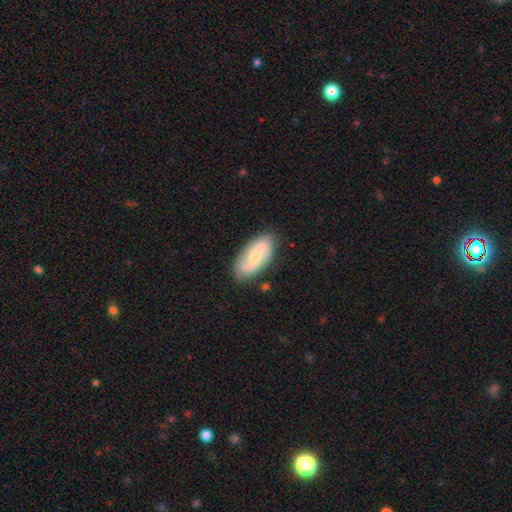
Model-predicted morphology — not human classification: Smooth or featured?
  - featured or disk: 69% *
  - smooth: 26%
  - star or artifact: 6%
Edge-on disk?
  - no: 95% *
  - yes: 5%
Bar?
  - no: 48% *
  - weak: 41%
  - strong: 10%
Spiral arms?
  - yes: 92% *
  - no: 8%
Spiral winding?
  - medium: 43% *
  - loose: 35%
  - tight: 22%
Spiral arm count?
  - 2: 87% *
  - can't tell: 7%
  - 1: 2%
  - 3: 2%
  - 4: 1%
  - more than 4: 1%
Bulge size?
  - small: 50% *
  - moderate: 43%
  - none: 4%
  - large: 3%
  - dominant: 1%
Merging?
  - none: 82% *
  - minor disturbance: 13%
  - major disturbance: 3%
  - merger: 1%